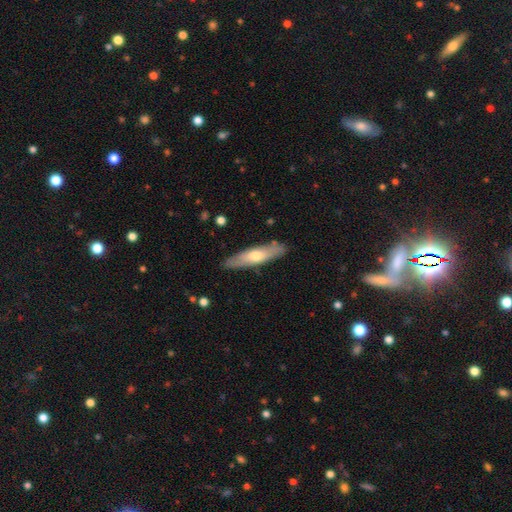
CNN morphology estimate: smooth_or_featured: smooth (p=0.53) [alt: featured or disk p=0.41]
how_rounded: cigar-shaped (p=0.74) [alt: in between p=0.25]
merging: none (p=0.85) [alt: minor disturbance p=0.11]